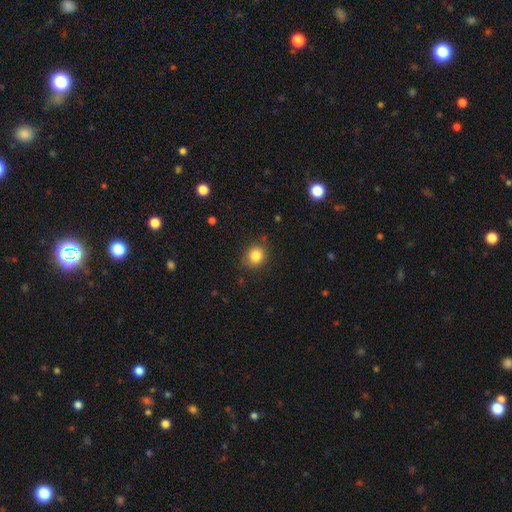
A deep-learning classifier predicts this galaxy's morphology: This is clearly a smooth galaxy (84%). How rounded: likely round (71%). Merging: clearly none (80%).